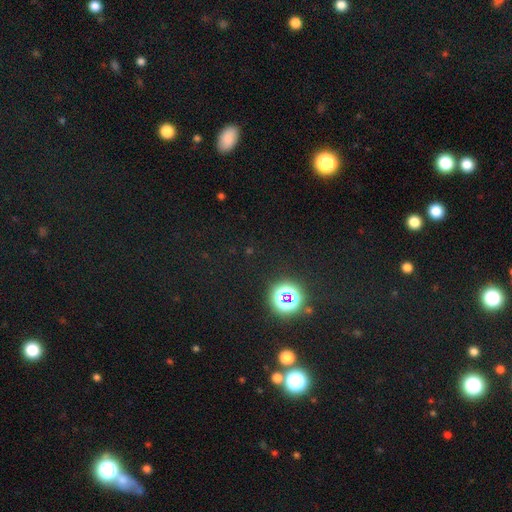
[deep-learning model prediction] Smooth or featured?
  - star or artifact: 70% *
  - smooth: 22%
  - featured or disk: 9%